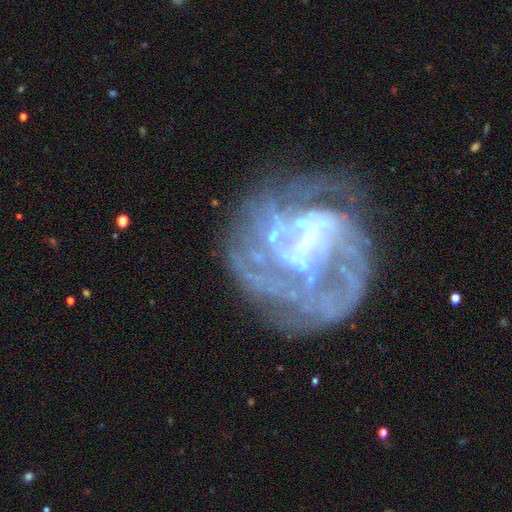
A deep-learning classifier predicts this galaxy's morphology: Q: Smooth or featured?
A: featured or disk (76%); runner-up: star or artifact (13%)
Q: Edge-on disk?
A: no (97%); runner-up: yes (3%)
Q: Bar?
A: no (40%); runner-up: weak (37%)
Q: Spiral arms?
A: yes (66%); runner-up: no (34%)
Q: Bulge size?
A: none (42%); runner-up: small (32%)
Q: Merging?
A: none (50%); runner-up: major disturbance (26%)